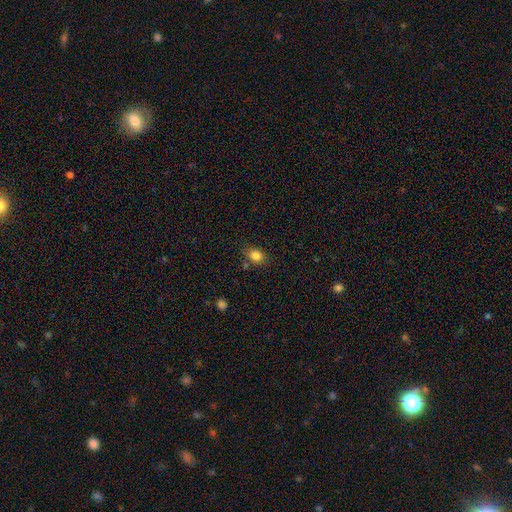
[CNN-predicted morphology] Smooth or featured? Predicted: smooth (p=0.83). How rounded? Predicted: in between (p=0.51). Merging? Predicted: none (p=0.73).